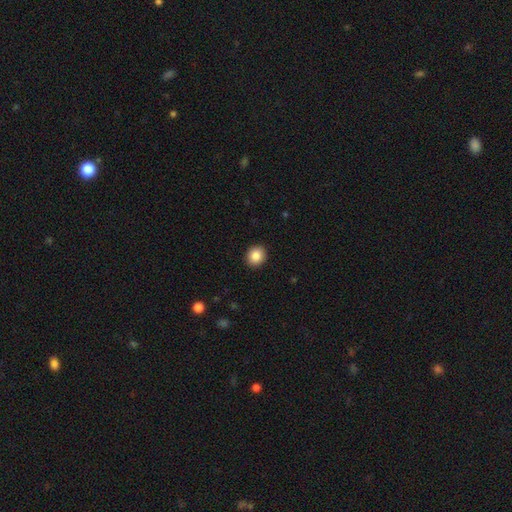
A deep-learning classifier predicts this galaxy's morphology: type=smooth (86%); roundness=round (76%); merging=none (92%).